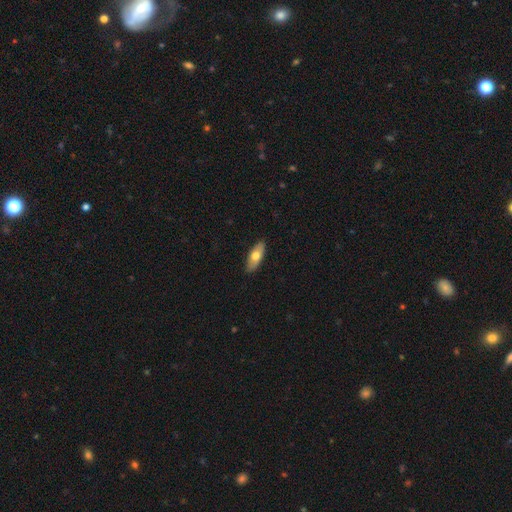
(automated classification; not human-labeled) The model was most divided on "smooth or featured": smooth: 69%, featured or disk: 26%, star or artifact: 6%. More confident: merging — none (88%); how rounded — in between (77%).